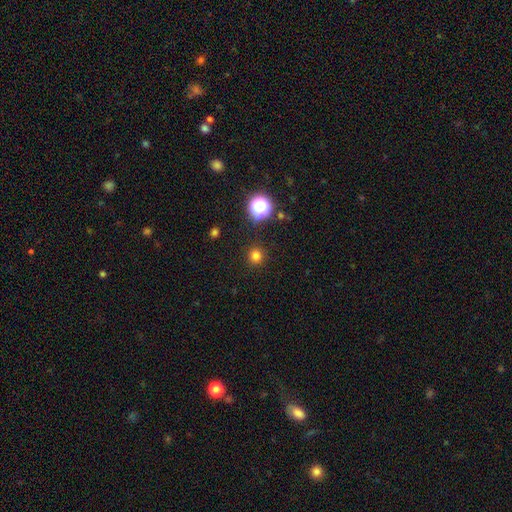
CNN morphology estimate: smooth 78%, star or artifact 18%, featured or disk 5%. Down the decision tree: how rounded — round (94%); merging — none (91%).